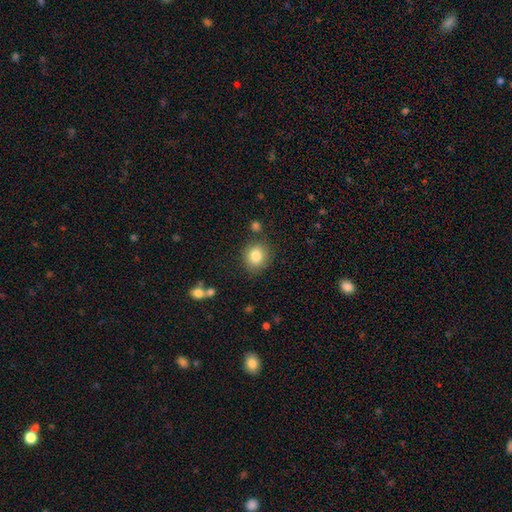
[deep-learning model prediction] Morphology: type=smooth (84%); roundness=round (74%); merging=none (80%).